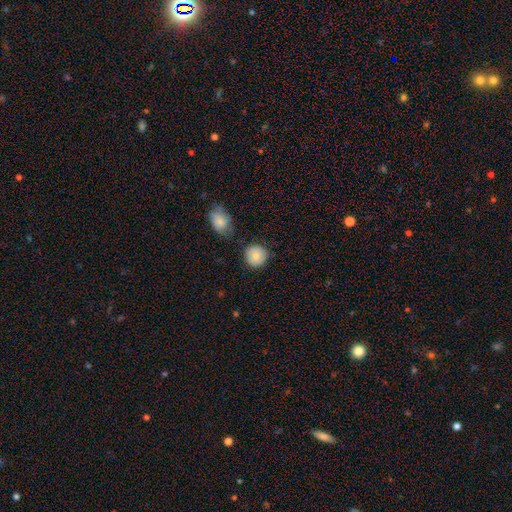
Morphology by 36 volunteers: This is clearly a smooth galaxy (97%). How rounded: clearly round (91%). Merging: likely none (71%).